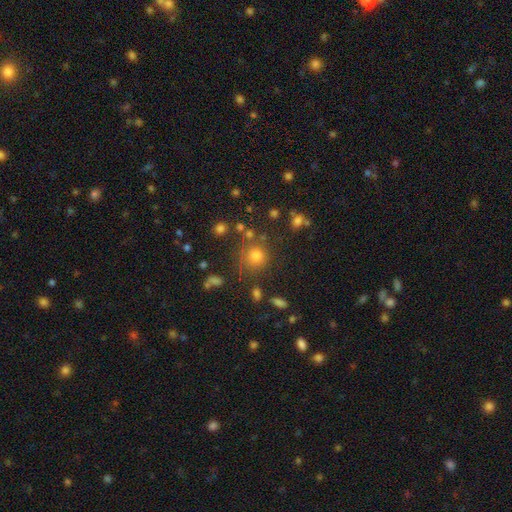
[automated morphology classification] smooth 74%, star or artifact 18%, featured or disk 8%. Down the decision tree: how rounded — round (91%); merging — none (75%).